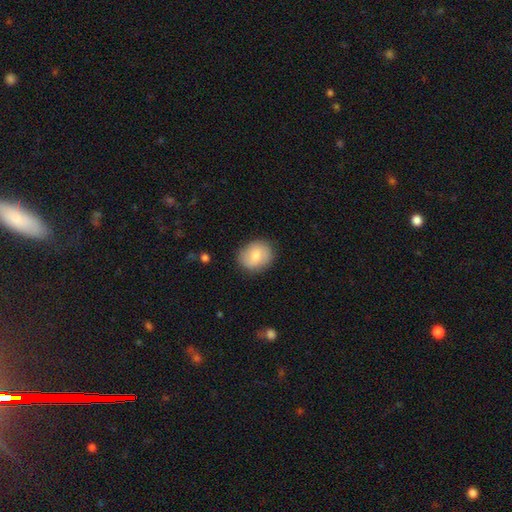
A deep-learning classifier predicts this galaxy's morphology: This is likely a smooth galaxy (74%). How rounded: likely round (61%). Merging: clearly none (83%).